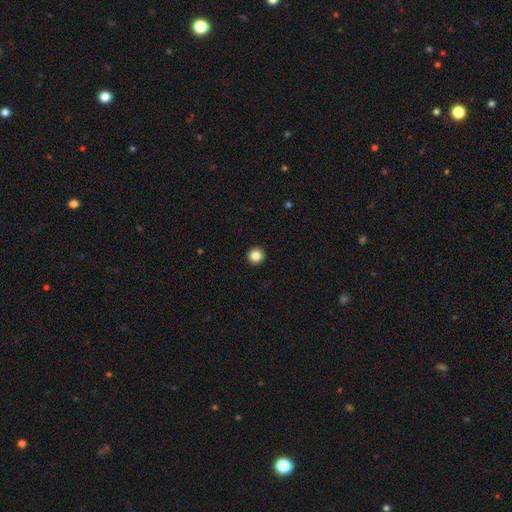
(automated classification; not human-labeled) The model was most divided on "smooth or featured": smooth: 86%, star or artifact: 10%, featured or disk: 4%. More confident: how rounded — round (96%); merging — none (94%).